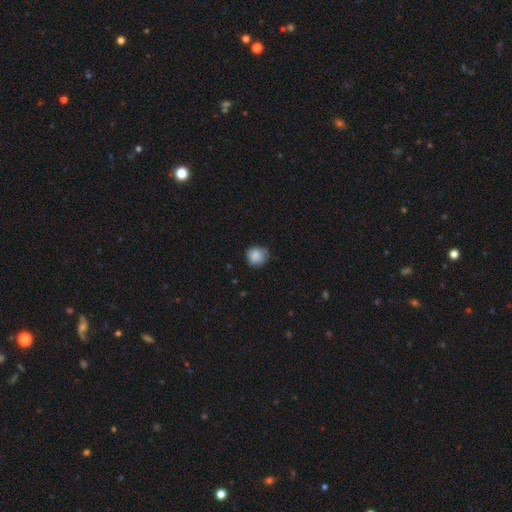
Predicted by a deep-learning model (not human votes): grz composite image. It shows a smooth galaxy with no disk features (86%) that is round (84%). Merging: none (70%).